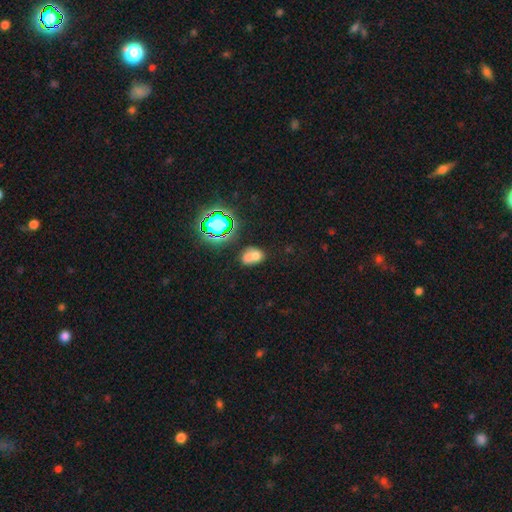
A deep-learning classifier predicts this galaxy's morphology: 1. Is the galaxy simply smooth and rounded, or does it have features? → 62% smooth, 20% star or artifact, 17% featured or disk.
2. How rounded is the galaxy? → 65% in between, 33% round, 2% cigar-shaped.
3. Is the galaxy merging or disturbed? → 46% merger, 34% none, 13% minor disturbance, 7% major disturbance.